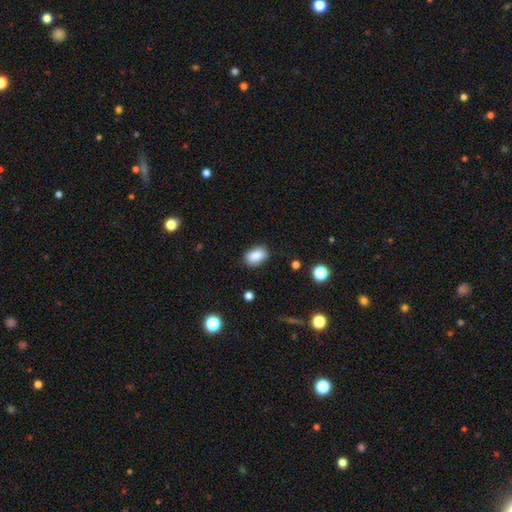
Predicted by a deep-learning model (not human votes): Smooth or featured? smooth (86%)
How rounded? in between (85%)
Merging? none (83%)